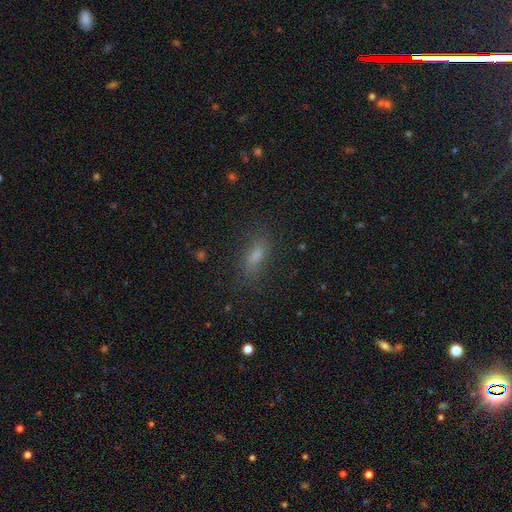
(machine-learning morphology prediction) Smooth or featured: smooth — 70% (star or artifact — 16%)
How rounded: in between — 67% (cigar-shaped — 27%)
Merging: none — 77% (minor disturbance — 14%)